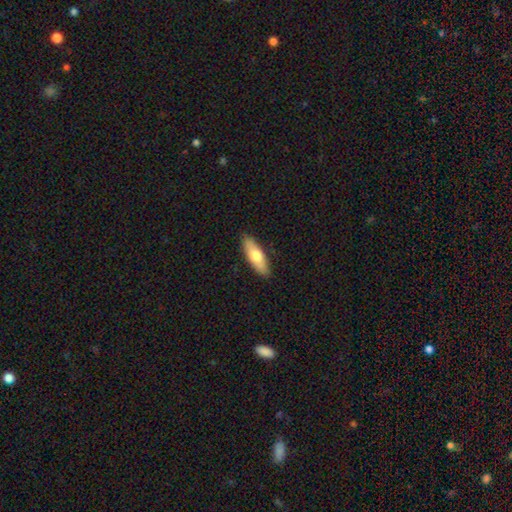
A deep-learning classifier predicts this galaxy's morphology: Overall: smooth (67%; featured or disk 28%). How rounded: in between (58%; cigar-shaped 40%). Merging: none (88%).